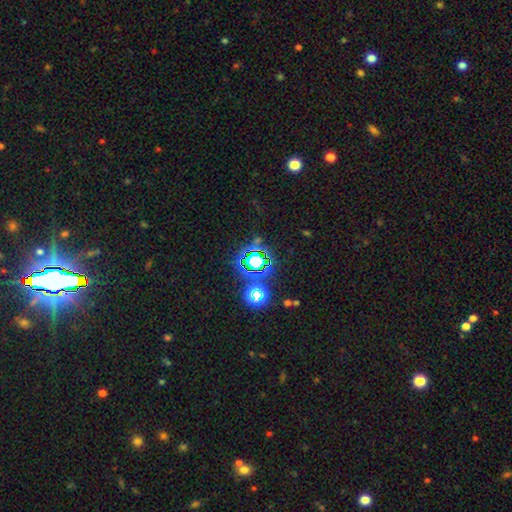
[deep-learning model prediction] Smooth or featured? Predicted: star or artifact (p=0.72).